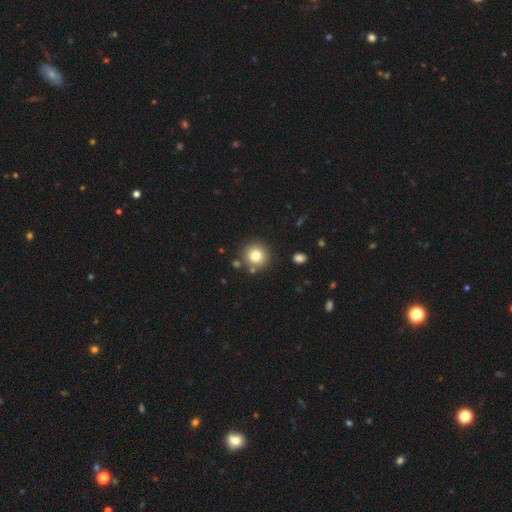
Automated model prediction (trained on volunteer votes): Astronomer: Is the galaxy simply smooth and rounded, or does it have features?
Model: smooth — 80%.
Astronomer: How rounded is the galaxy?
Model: round — 92%.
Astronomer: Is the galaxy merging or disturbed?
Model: none — 83%.